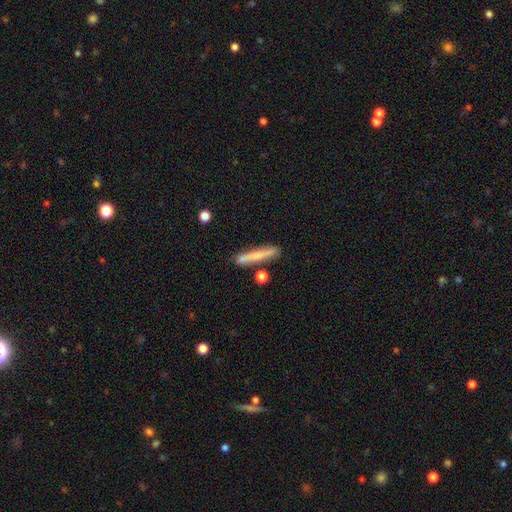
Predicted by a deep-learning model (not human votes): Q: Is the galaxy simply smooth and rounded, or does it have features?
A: smooth — 66%.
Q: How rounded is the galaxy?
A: cigar-shaped — 92%.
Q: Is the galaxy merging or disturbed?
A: none — 76%.